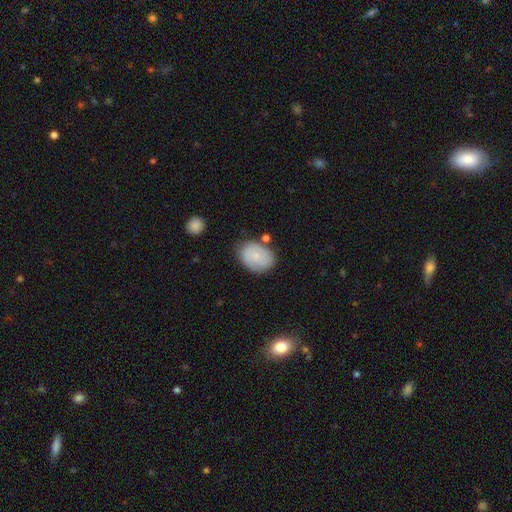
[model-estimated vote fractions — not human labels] A smooth galaxy with no disk features (71%) that is in between round and cigar-shaped (68%). Merging: none (74%).